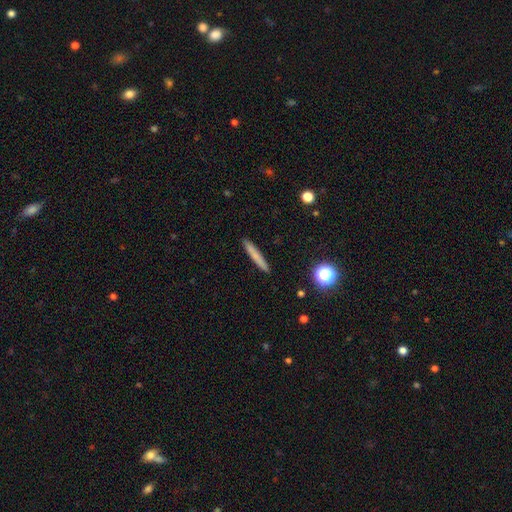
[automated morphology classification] Smooth or featured? Predicted: smooth (p=0.72). How rounded? Predicted: cigar-shaped (p=0.95). Merging? Predicted: none (p=0.91).